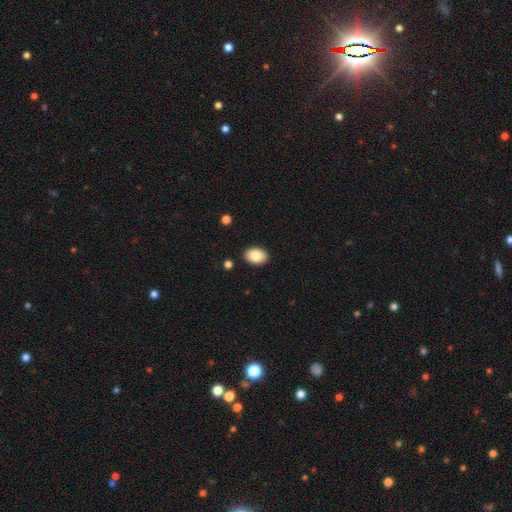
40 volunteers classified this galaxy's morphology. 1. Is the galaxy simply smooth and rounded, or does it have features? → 90% smooth, 8% star or artifact, 2% featured or disk.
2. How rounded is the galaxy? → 83% in between, 17% round, 0% cigar-shaped.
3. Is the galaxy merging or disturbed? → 86% none, 5% minor disturbance, 5% major disturbance, 3% merger.